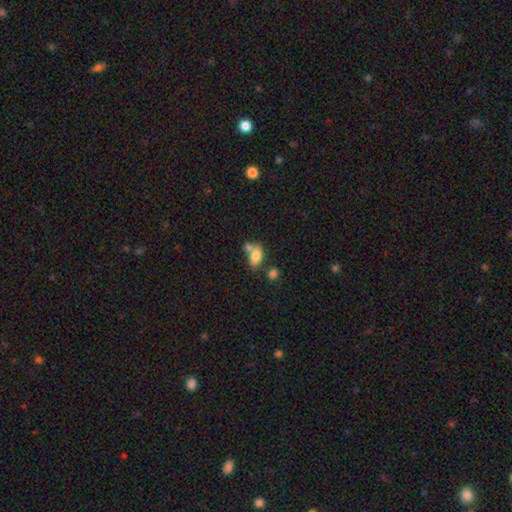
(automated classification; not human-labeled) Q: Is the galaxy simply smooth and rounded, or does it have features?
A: smooth — 76%.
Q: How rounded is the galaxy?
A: in between — 86%.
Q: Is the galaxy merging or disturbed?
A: merger — 40%.